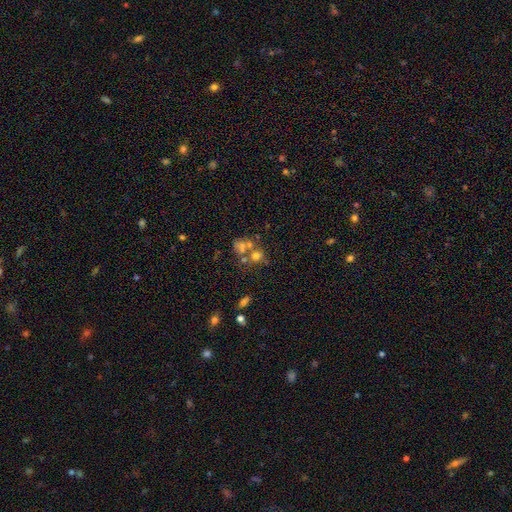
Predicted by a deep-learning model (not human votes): Q: Smooth or featured?
A: smooth (58%); runner-up: featured or disk (23%)
Q: How rounded?
A: round (72%); runner-up: in between (27%)
Q: Merging?
A: merger (47%); runner-up: none (38%)